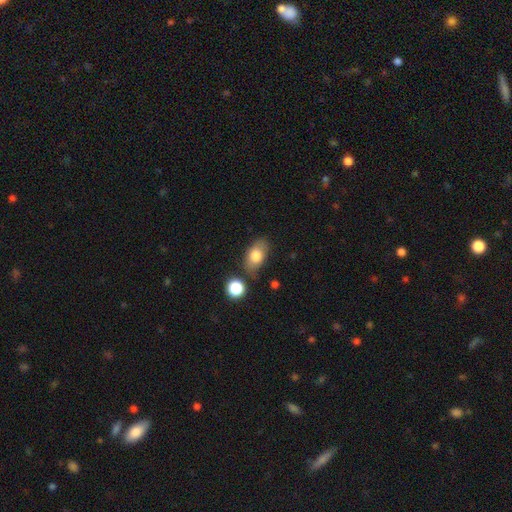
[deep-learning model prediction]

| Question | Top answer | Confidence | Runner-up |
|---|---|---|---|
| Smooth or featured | smooth | 78% | featured or disk (14%) |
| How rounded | in between | 86% | round (12%) |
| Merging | none | 72% | minor disturbance (18%) |